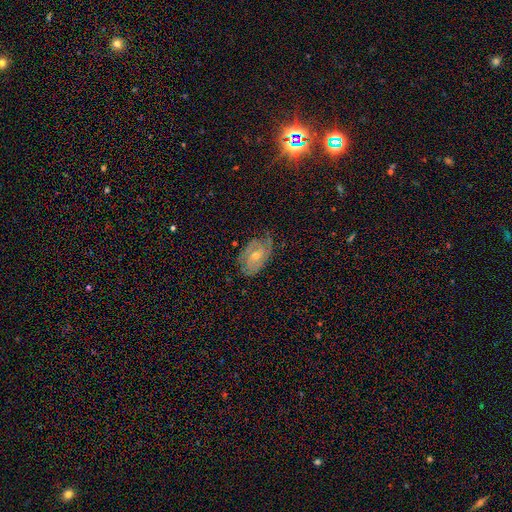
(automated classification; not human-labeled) Overall: featured or disk (64%). Edge-on disk: no (95%). Bar: no (68%). Spiral arms: yes (85%). Spiral arm count: can't tell (45%; 2 27%). Spiral winding: tight (65%; medium 26%). Bulge size: moderate (55%; small 41%). Merging: none (70%).